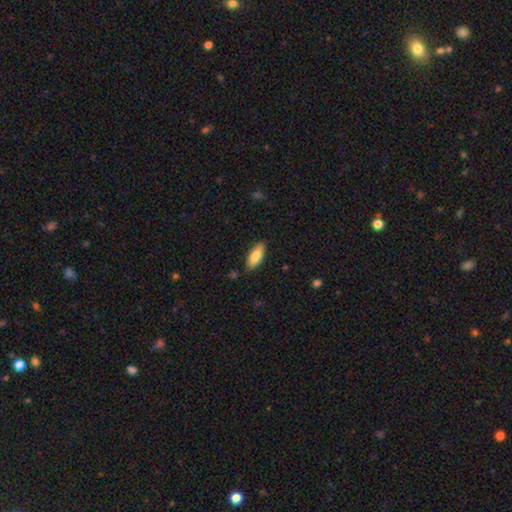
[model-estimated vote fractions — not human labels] This appears to be a smooth galaxy with no disk features (78%) that is in between round and cigar-shaped (75%). Merging: none (84%).